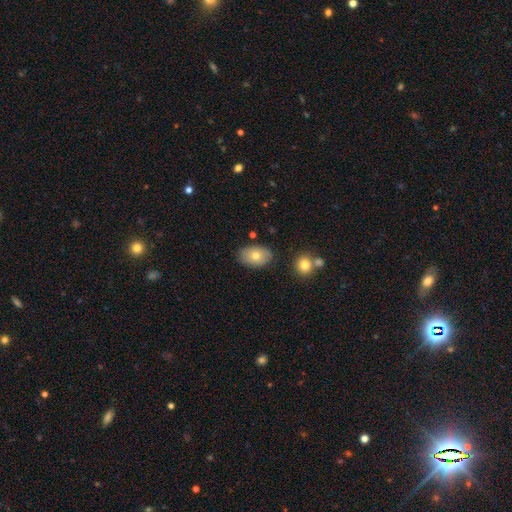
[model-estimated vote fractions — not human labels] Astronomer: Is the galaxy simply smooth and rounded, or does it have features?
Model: smooth — 74%.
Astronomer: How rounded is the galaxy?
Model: in between — 87%.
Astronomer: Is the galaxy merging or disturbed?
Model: none — 80%.